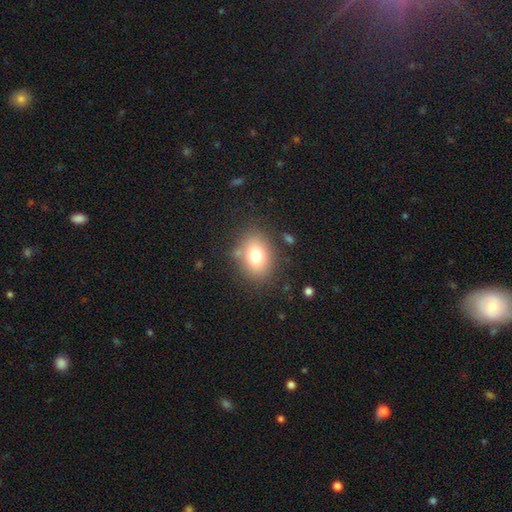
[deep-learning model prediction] smooth_or_featured: smooth (p=0.76) [alt: featured or disk p=0.13]
how_rounded: in between (p=0.59) [alt: round p=0.40]
merging: none (p=0.80) [alt: minor disturbance p=0.12]